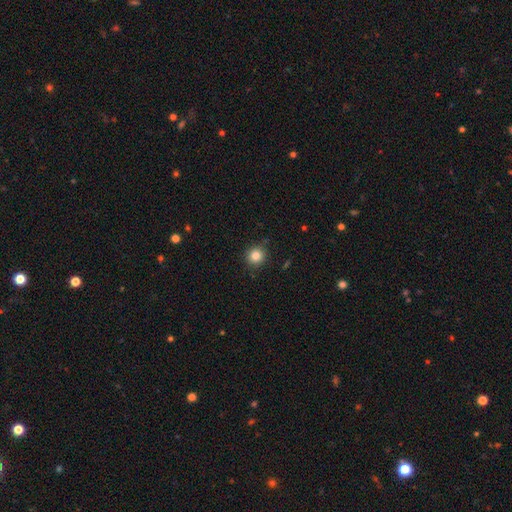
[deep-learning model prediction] A smooth galaxy with no disk features (84%) that is round (90%). Merging: none (88%).